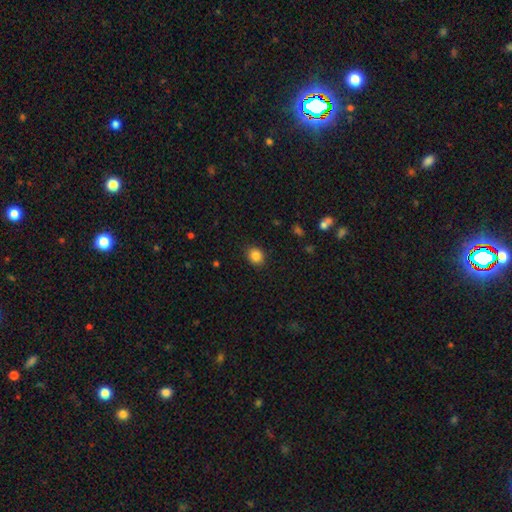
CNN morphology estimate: A smooth galaxy with no disk features (85%) that is round (68%).

Vote fractions:
- Smooth or featured? smooth: 85% / star or artifact: 10% / featured or disk: 4%
- How rounded? round: 68% / in between: 31% / cigar-shaped: 1%
- Merging? none: 89% / minor disturbance: 8% / major disturbance: 2% / merger: 1%